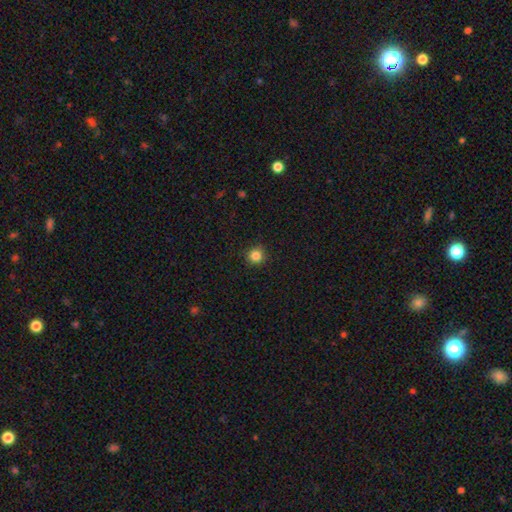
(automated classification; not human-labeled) This is clearly a smooth galaxy (84%). How rounded: clearly round (94%). Merging: clearly none (90%).